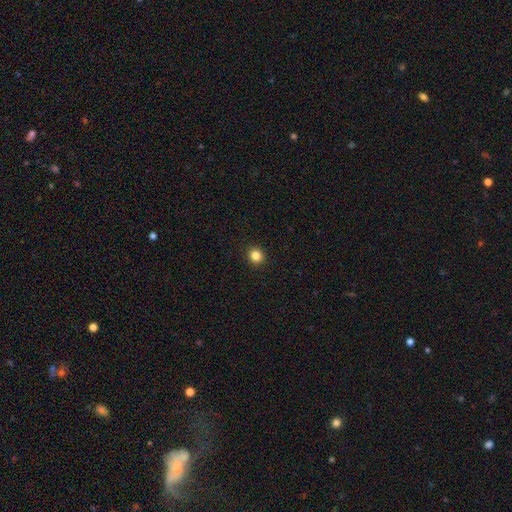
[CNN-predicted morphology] A smooth galaxy with no disk features (84%) that is round (89%).

Vote fractions:
- Smooth or featured? smooth: 84% / star or artifact: 12% / featured or disk: 5%
- How rounded? round: 89% / in between: 11% / cigar-shaped: 1%
- Merging? none: 93% / minor disturbance: 4% / major disturbance: 1% / merger: 1%